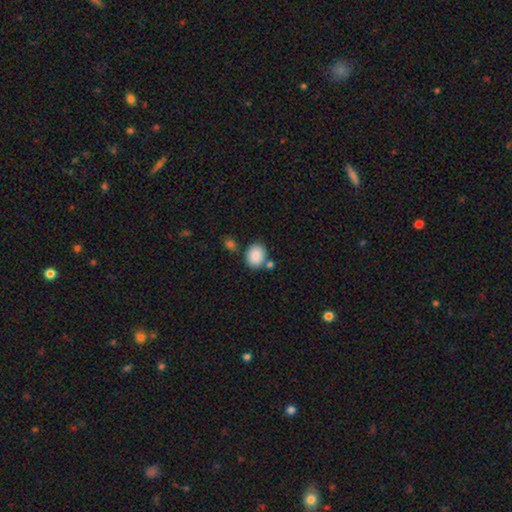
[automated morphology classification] The model was most divided on "how rounded": round: 55%, in between: 44%, cigar-shaped: 1%. More confident: smooth or featured — smooth (88%); merging — none (71%).